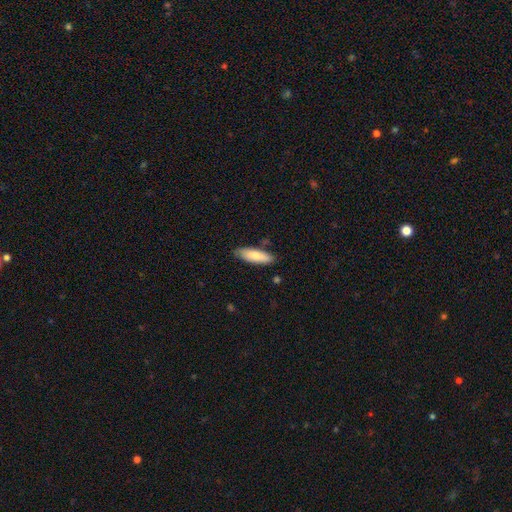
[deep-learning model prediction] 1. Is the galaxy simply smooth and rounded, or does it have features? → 80% smooth, 14% featured or disk, 6% star or artifact.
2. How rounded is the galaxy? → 54% in between, 44% cigar-shaped, 2% round.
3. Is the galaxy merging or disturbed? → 80% none, 15% minor disturbance, 3% merger, 2% major disturbance.